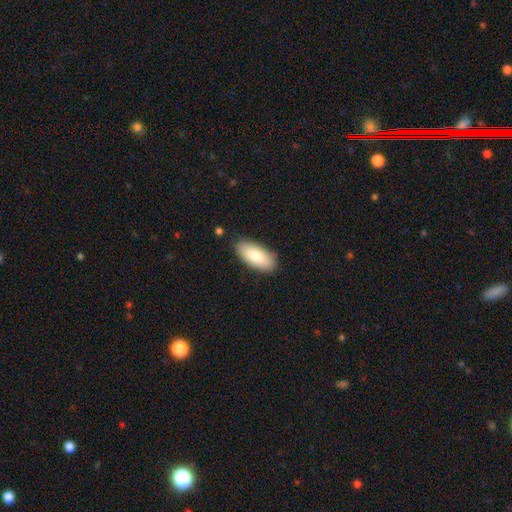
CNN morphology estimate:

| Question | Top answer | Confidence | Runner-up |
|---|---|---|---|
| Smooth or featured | smooth | 82% | featured or disk (12%) |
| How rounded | in between | 89% | cigar-shaped (9%) |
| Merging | none | 85% | minor disturbance (11%) |